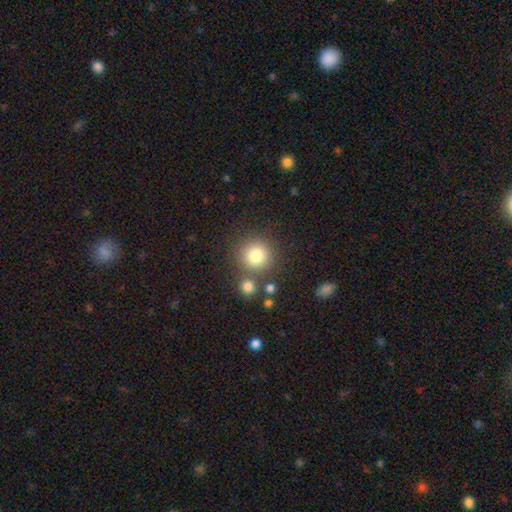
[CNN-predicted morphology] The model was most divided on "merging": none: 76%, merger: 12%, minor disturbance: 9%, major disturbance: 4%. More confident: how rounded — round (92%); smooth or featured — smooth (80%).